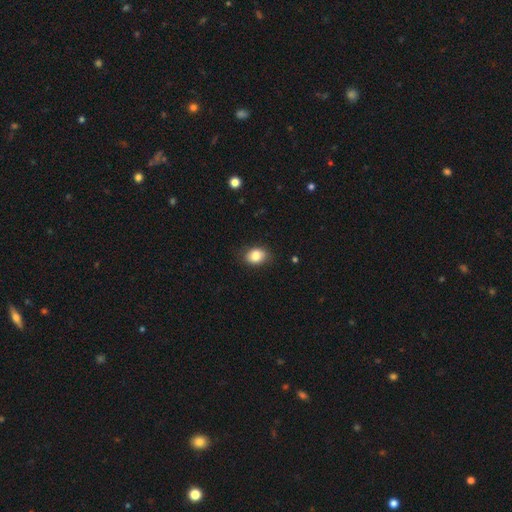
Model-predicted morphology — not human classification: smooth 84%, star or artifact 8%, featured or disk 8%. Down the decision tree: how rounded — in between (67%); merging — none (80%).